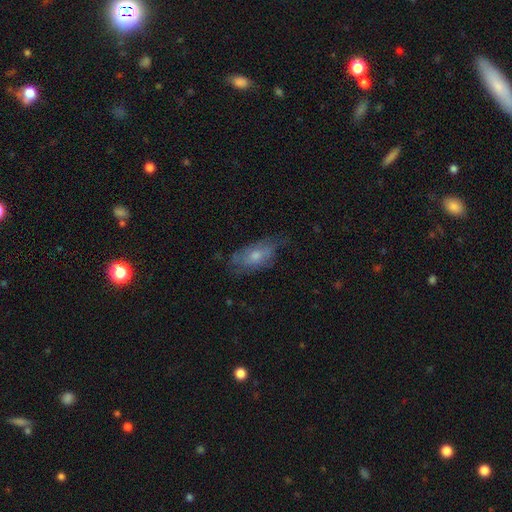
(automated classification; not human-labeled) Smooth or featured? Predicted: smooth (p=0.50). How rounded? Predicted: in between (p=0.83). Merging? Predicted: none (p=0.56).